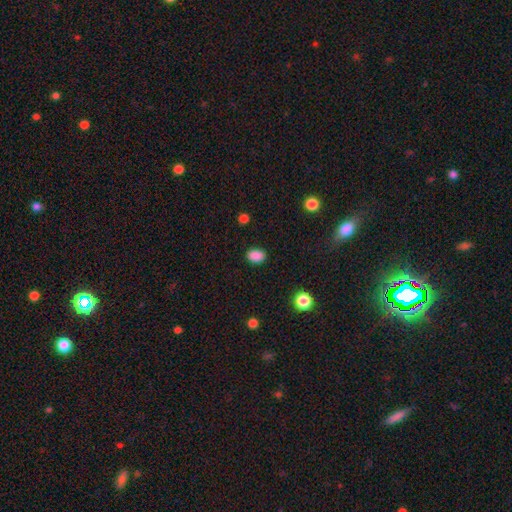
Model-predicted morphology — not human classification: This is clearly a smooth galaxy (87%). How rounded: likely in between (78%). Merging: clearly none (86%).